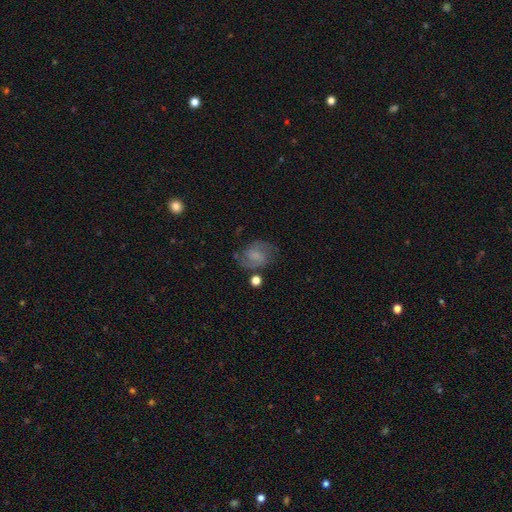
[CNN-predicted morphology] A featured or disk galaxy (55%) with no bar (47%), spiral arms (86%) and no central bulge (47%). Merging: none (64%).